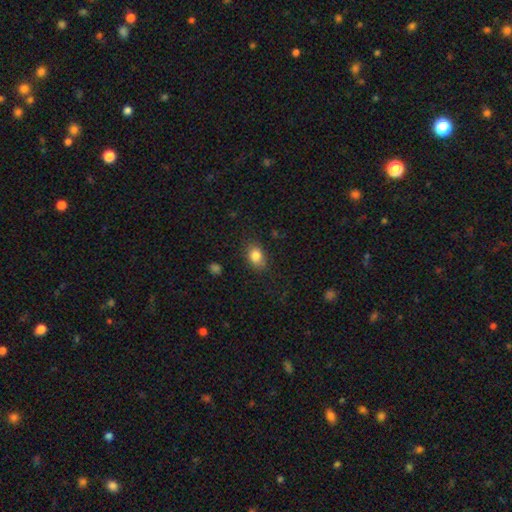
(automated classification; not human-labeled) Q: Smooth or featured?
A: smooth (84%); runner-up: star or artifact (9%)
Q: How rounded?
A: in between (71%); runner-up: round (28%)
Q: Merging?
A: none (80%); runner-up: minor disturbance (15%)